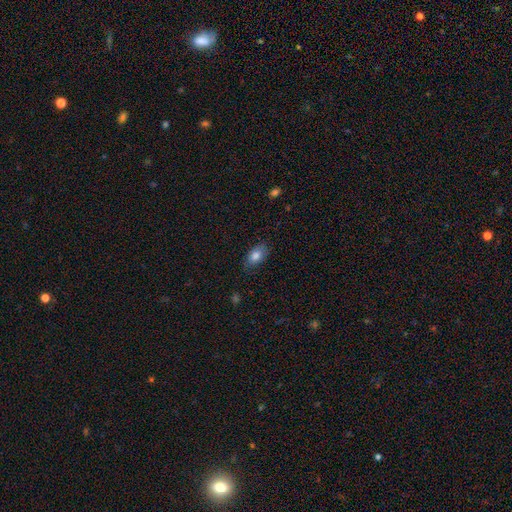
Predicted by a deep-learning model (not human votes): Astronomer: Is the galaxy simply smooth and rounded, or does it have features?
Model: smooth — 82%.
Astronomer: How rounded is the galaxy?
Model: in between — 90%.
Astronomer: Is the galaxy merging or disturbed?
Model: none — 80%.